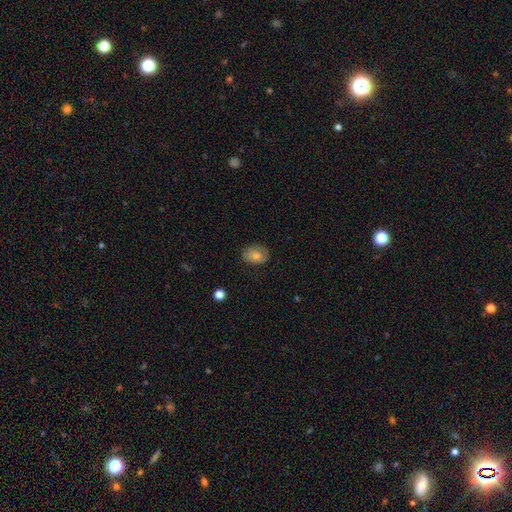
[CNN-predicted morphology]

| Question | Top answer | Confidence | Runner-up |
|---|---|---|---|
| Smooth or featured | smooth | 71% | featured or disk (18%) |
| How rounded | in between | 61% | round (37%) |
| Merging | none | 82% | minor disturbance (14%) |